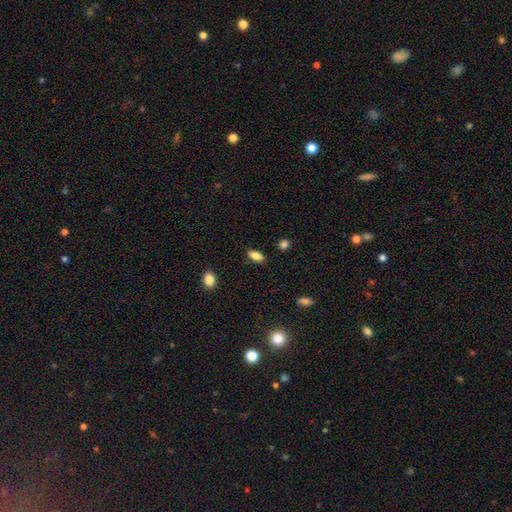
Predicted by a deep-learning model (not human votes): A smooth galaxy with no disk features (83%) that is in between round and cigar-shaped (86%).

Vote fractions:
- Smooth or featured? smooth: 83% / star or artifact: 9% / featured or disk: 8%
- How rounded? in between: 86% / cigar-shaped: 11% / round: 3%
- Merging? none: 85% / minor disturbance: 11% / major disturbance: 3% / merger: 2%